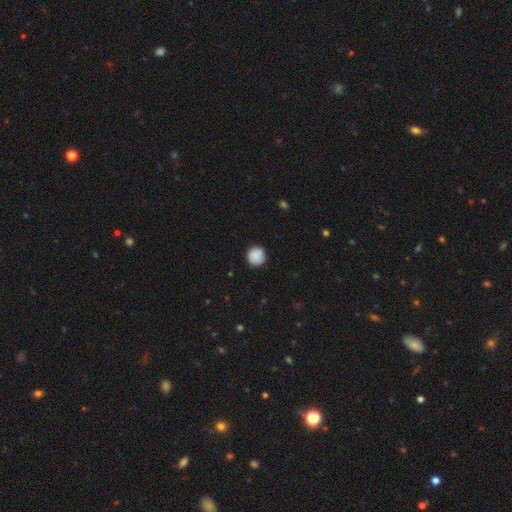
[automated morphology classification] Smooth or featured?
  - smooth: 89% *
  - star or artifact: 8%
  - featured or disk: 4%
How rounded?
  - round: 94% *
  - in between: 5%
  - cigar-shaped: 1%
Merging?
  - none: 88% *
  - minor disturbance: 9%
  - major disturbance: 2%
  - merger: 1%